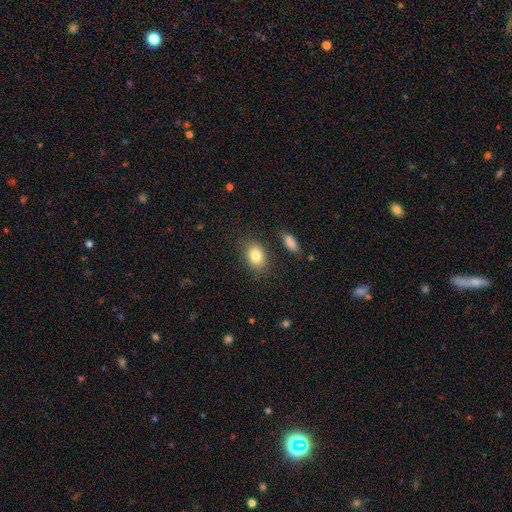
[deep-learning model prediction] Smooth or featured: smooth — 82% (featured or disk — 9%)
How rounded: in between — 72% (round — 26%)
Merging: none — 80% (minor disturbance — 12%)